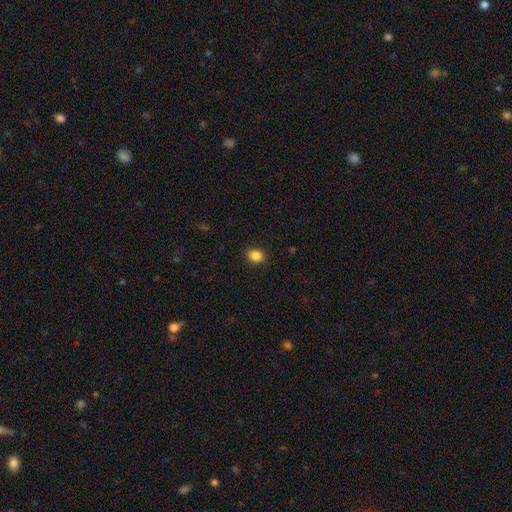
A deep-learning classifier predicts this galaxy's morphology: Q: Smooth or featured?
A: smooth (86%); runner-up: star or artifact (10%)
Q: How rounded?
A: round (54%); runner-up: in between (46%)
Q: Merging?
A: none (90%); runner-up: minor disturbance (7%)